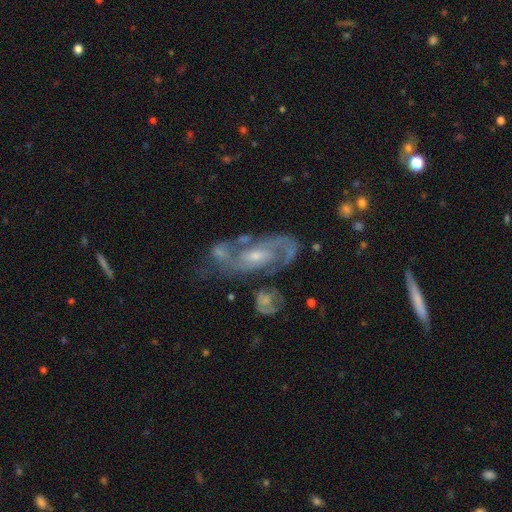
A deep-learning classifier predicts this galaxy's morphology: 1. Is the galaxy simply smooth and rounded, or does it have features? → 83% featured or disk, 9% smooth, 8% star or artifact.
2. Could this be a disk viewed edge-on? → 91% no, 9% yes.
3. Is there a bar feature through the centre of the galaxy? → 51% no, 36% weak, 12% strong.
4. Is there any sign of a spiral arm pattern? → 92% yes, 8% no.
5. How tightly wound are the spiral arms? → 46% medium, 39% tight, 15% loose.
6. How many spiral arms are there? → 71% 2, 15% can't tell, 6% 3, 4% 1, 2% 4, 2% more than 4.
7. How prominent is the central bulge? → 55% small, 39% moderate, 3% none, 2% large, 1% dominant.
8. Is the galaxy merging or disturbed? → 54% none, 17% minor disturbance, 17% merger, 12% major disturbance.